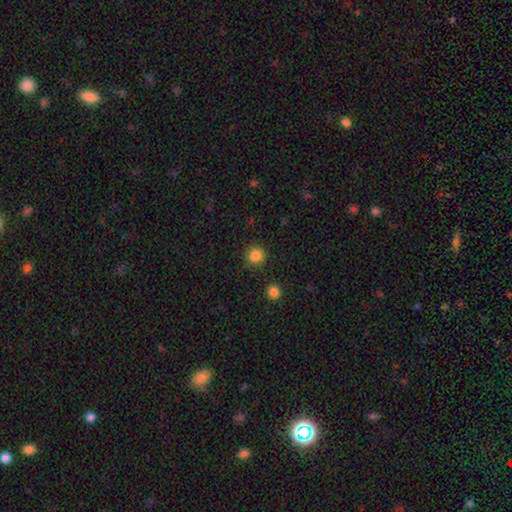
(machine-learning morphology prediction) A smooth galaxy with no disk features (85%) that is round (93%).

Vote fractions:
- Smooth or featured? smooth: 85% / star or artifact: 12% / featured or disk: 3%
- How rounded? round: 93% / in between: 6% / cigar-shaped: 1%
- Merging? none: 89% / minor disturbance: 6% / major disturbance: 2% / merger: 2%